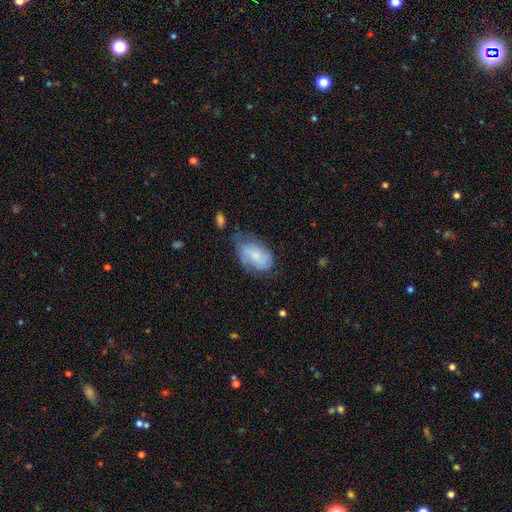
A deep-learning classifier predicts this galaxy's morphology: smooth 60%, featured or disk 32%, star or artifact 7%. Down the decision tree: how rounded — in between (90%); merging — none (44%).